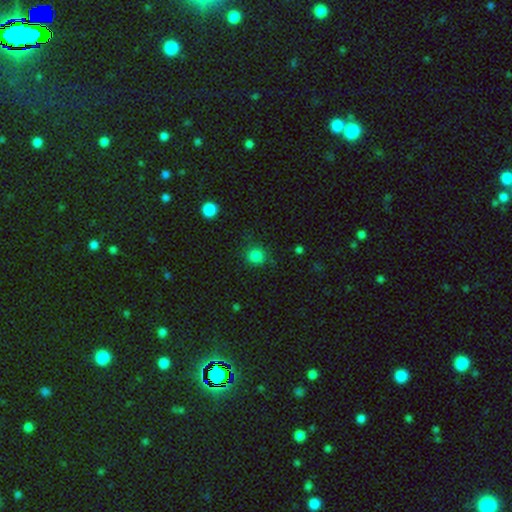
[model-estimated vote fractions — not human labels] A smooth galaxy with no disk features (84%) that is round (88%). Merging: none (82%).